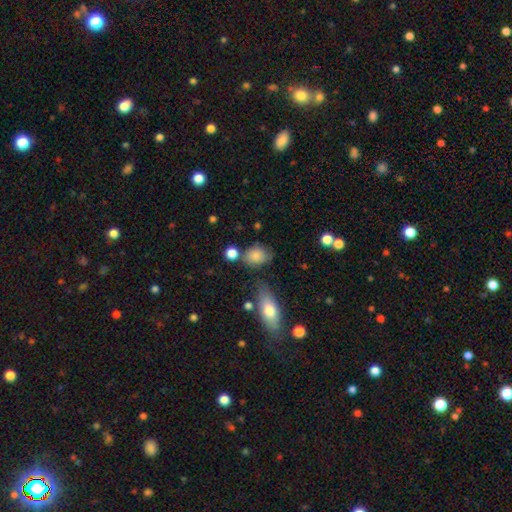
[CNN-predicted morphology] Overall: smooth (84%). How rounded: in between (56%; round 41%). Merging: none (60%; minor disturbance 23%).